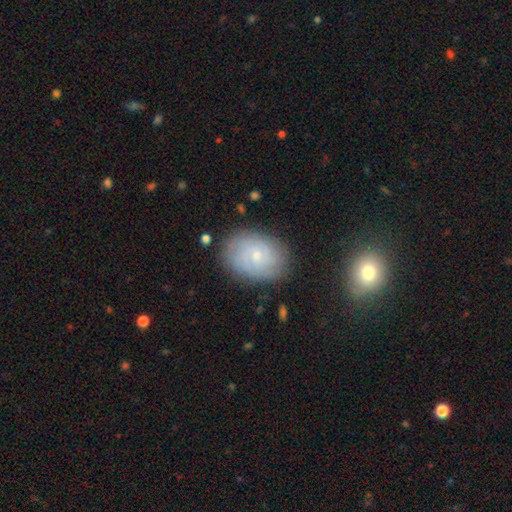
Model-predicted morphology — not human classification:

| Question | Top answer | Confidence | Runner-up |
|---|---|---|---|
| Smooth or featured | featured or disk | 54% | smooth (38%) |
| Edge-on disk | no | 96% | yes (4%) |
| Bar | no | 77% | weak (20%) |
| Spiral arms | yes | 80% | no (20%) |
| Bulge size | small | 77% | moderate (18%) |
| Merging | none | 79% | minor disturbance (15%) |